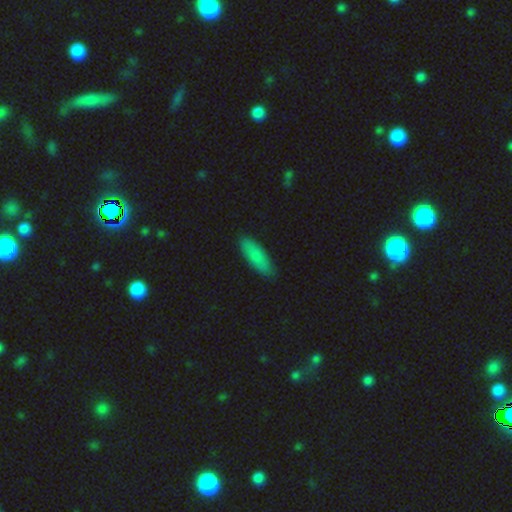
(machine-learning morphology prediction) Smooth or featured? smooth (84%)
How rounded? in between (57%)
Merging? none (86%)